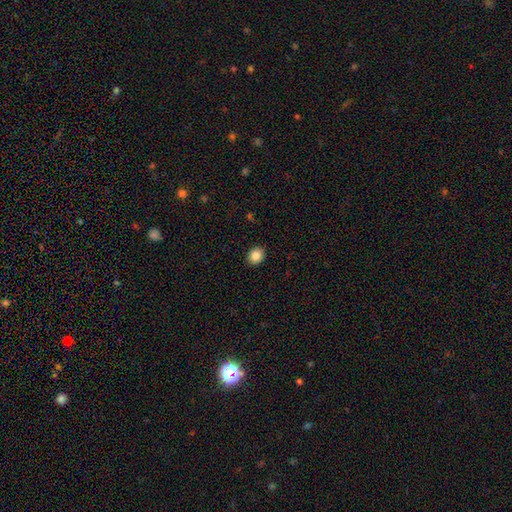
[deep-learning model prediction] Smooth or featured: smooth — 85% (star or artifact — 9%)
How rounded: round — 60% (in between — 39%)
Merging: none — 91% (minor disturbance — 6%)